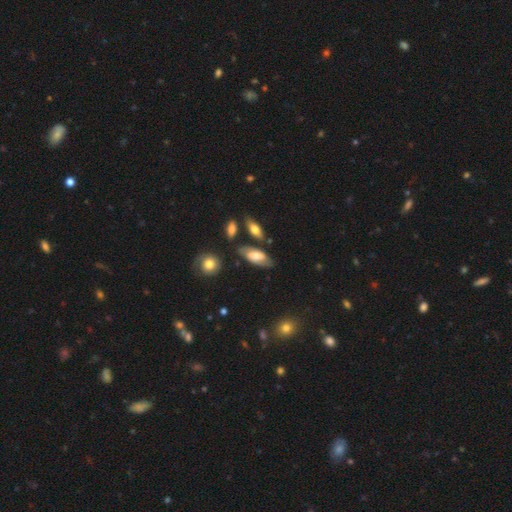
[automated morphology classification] Smooth or featured? smooth (60%)
How rounded? in between (85%)
Merging? none (70%)